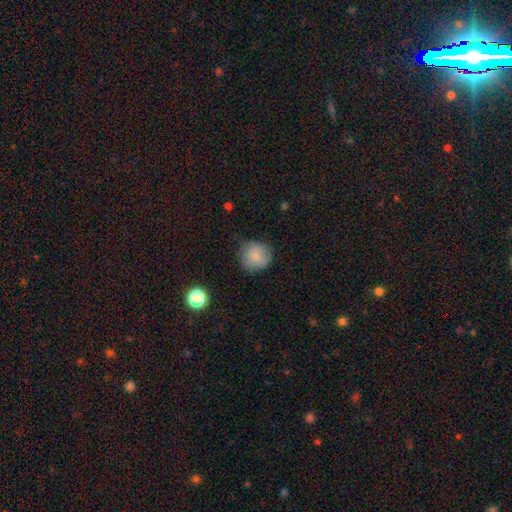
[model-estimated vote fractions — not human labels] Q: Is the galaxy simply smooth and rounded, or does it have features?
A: smooth — 83%.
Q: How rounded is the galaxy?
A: round — 91%.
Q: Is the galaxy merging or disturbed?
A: none — 75%.